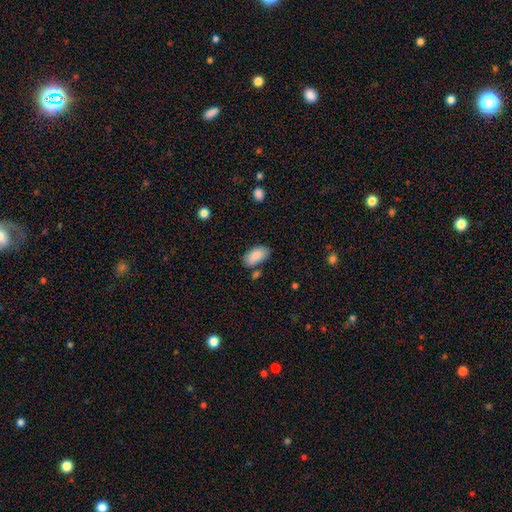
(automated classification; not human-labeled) A smooth galaxy with no disk features (88%) that is in between round and cigar-shaped (95%). Merging: none (73%).